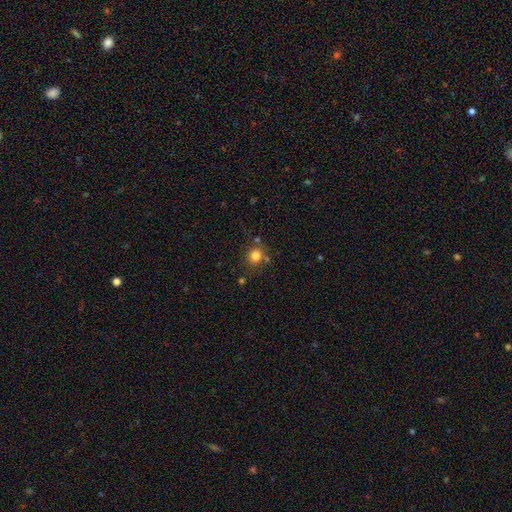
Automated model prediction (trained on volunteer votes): The model was most divided on "merging": none: 75%, minor disturbance: 12%, merger: 9%, major disturbance: 4%. More confident: how rounded — round (84%); smooth or featured — smooth (80%).